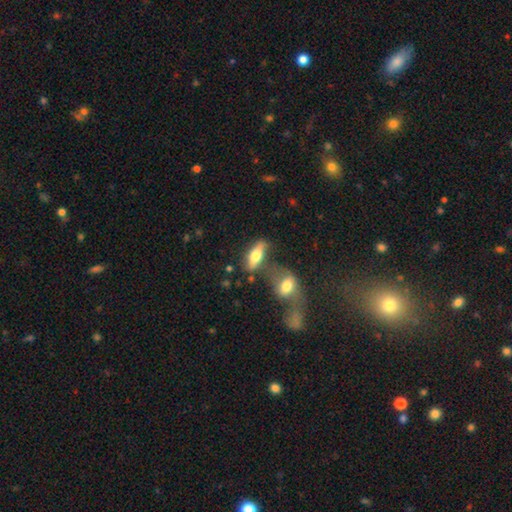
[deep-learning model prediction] smooth-or-featured: smooth: 62% | featured or disk: 30% | star or artifact: 8%
  how-rounded: in between: 71% | cigar-shaped: 25% | round: 4%
  merging: none: 47% | merger: 30% | minor disturbance: 15% | major disturbance: 9%